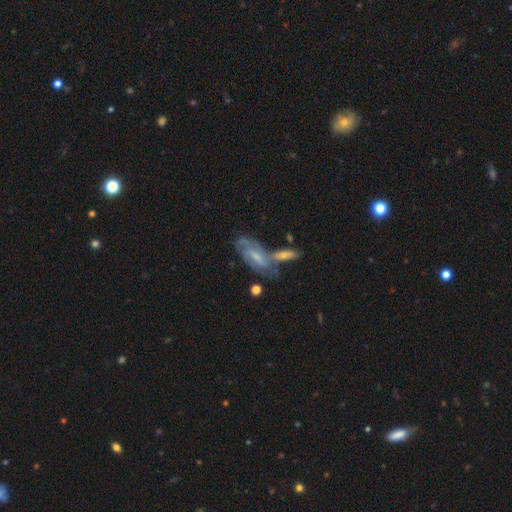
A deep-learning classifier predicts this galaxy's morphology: Smooth or featured? Predicted: featured or disk (p=0.62). Edge-on disk? Predicted: no (p=0.87). Bar? Predicted: weak (p=0.46). Spiral arms? Predicted: yes (p=0.79). Bulge size? Predicted: small (p=0.45). Merging? Predicted: merger (p=0.38).